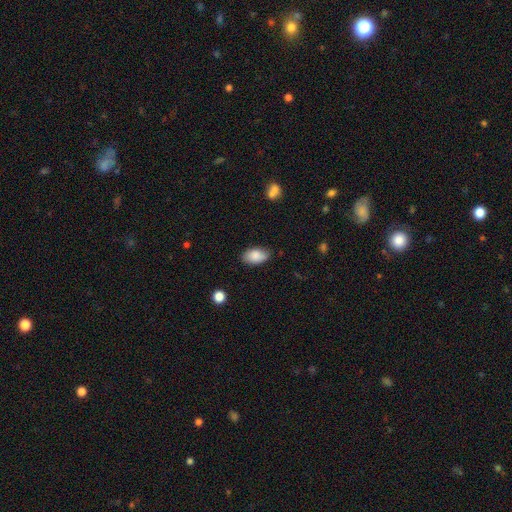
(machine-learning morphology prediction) smooth-or-featured: smooth: 87% | star or artifact: 7% | featured or disk: 6%
  how-rounded: in between: 92% | round: 6% | cigar-shaped: 2%
  merging: none: 80% | minor disturbance: 16% | major disturbance: 3% | merger: 1%